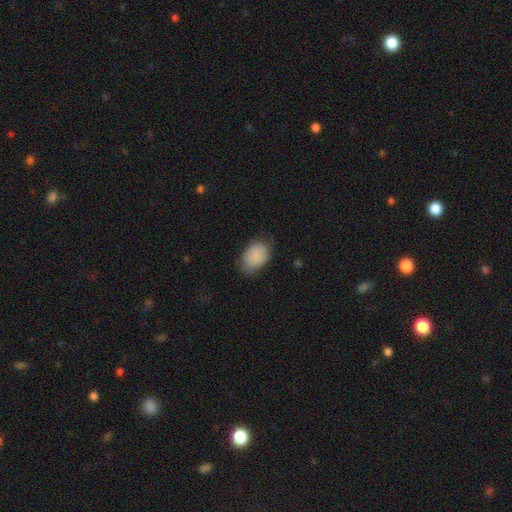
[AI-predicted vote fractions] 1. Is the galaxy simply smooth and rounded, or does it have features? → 87% smooth, 7% star or artifact, 6% featured or disk.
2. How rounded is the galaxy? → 81% in between, 18% round, 1% cigar-shaped.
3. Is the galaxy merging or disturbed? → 70% none, 24% minor disturbance, 5% major disturbance, 1% merger.